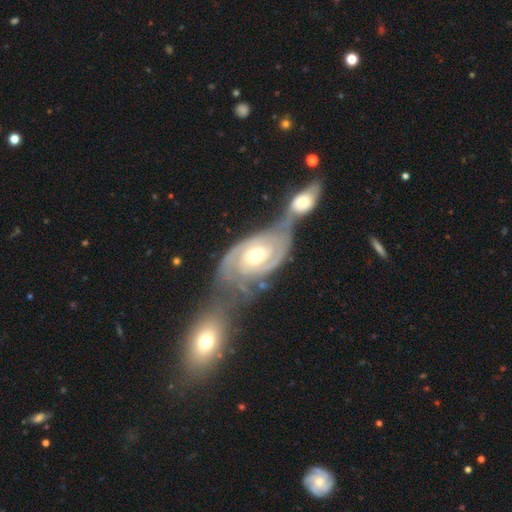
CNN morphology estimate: Overall: featured or disk (89%). Edge-on disk: no (96%). Bar: no (65%; weak 26%). Spiral arms: yes (96%). Spiral arm count: 2 (69%). Spiral winding: tight (70%). Bulge size: moderate (60%; small 33%). Merging: merger (63%).